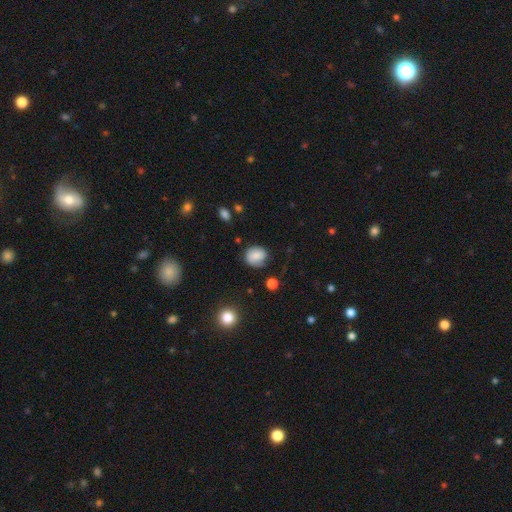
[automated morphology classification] smooth-or-featured: smooth: 75% | featured or disk: 16% | star or artifact: 9%
  how-rounded: round: 76% | in between: 23% | cigar-shaped: 1%
  merging: none: 72% | minor disturbance: 21% | major disturbance: 6% | merger: 2%